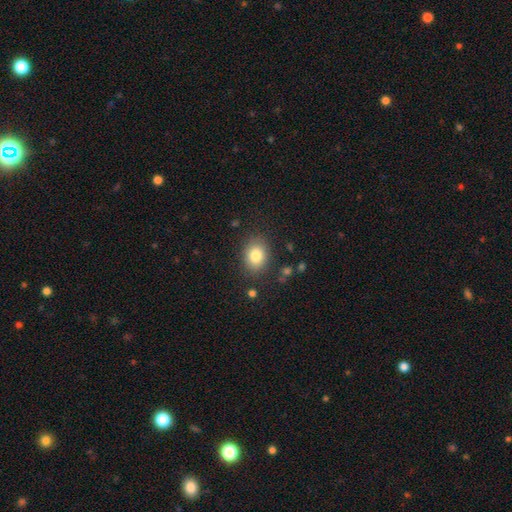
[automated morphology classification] Q: Smooth or featured?
A: smooth (81%); runner-up: star or artifact (10%)
Q: How rounded?
A: in between (55%); runner-up: round (44%)
Q: Merging?
A: none (84%); runner-up: minor disturbance (11%)